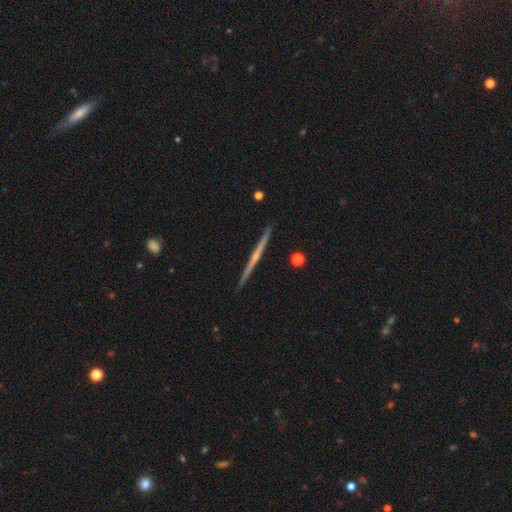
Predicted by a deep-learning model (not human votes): The model was most divided on "edge-on bulge": rounded: 51%, none: 44%, boxy: 5%. More confident: edge-on disk — yes (98%); merging — none (92%); smooth or featured — featured or disk (76%).